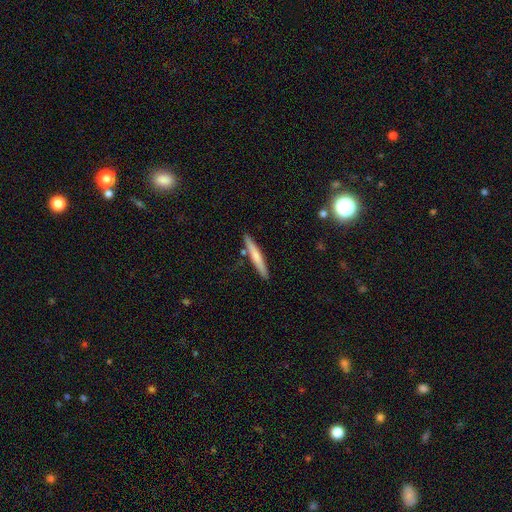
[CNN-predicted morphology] A smooth galaxy with no disk features (63%) that is cigar-shaped (95%).

Vote fractions:
- Smooth or featured? smooth: 63% / featured or disk: 31% / star or artifact: 6%
- How rounded? cigar-shaped: 95% / in between: 4% / round: 1%
- Merging? none: 85% / minor disturbance: 9% / merger: 4% / major disturbance: 2%